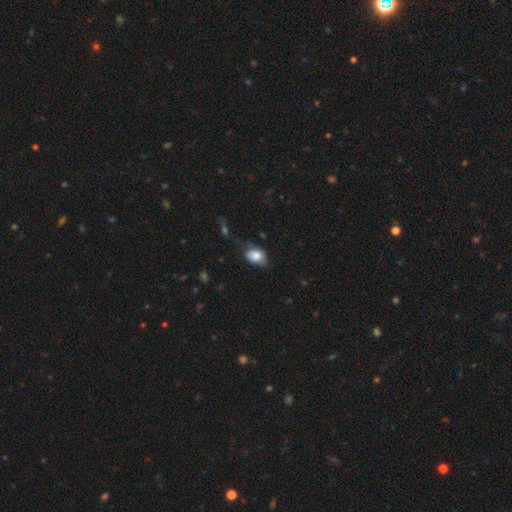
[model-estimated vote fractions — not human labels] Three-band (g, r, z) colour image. It shows a smooth galaxy with no disk features (75%) that is in between round and cigar-shaped (73%). Merging: none (41%).